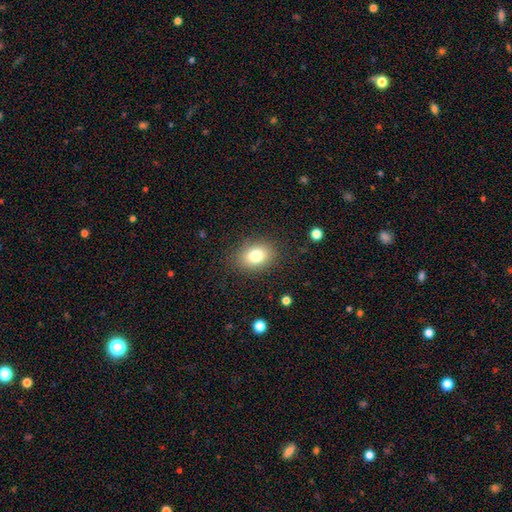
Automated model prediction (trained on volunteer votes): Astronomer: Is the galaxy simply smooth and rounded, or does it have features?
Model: smooth — 79%.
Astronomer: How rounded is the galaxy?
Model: in between — 64%.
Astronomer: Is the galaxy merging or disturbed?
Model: none — 85%.